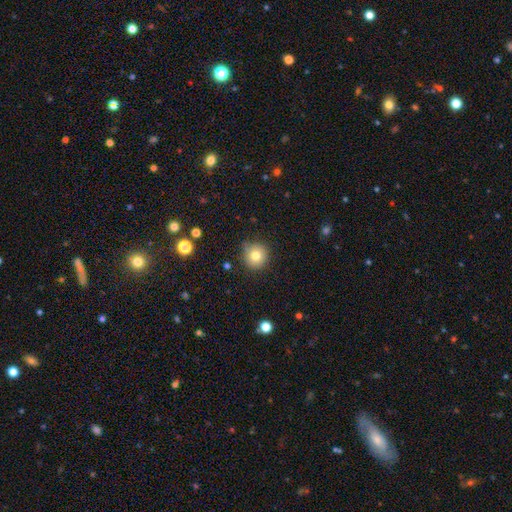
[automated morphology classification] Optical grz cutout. It shows a smooth galaxy with no disk features (78%) that is round (93%). Merging: none (79%).